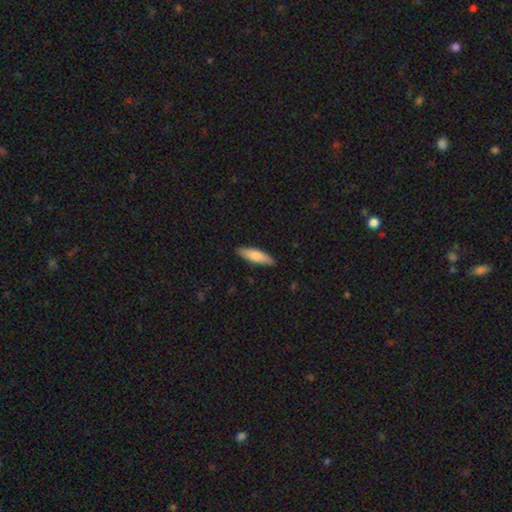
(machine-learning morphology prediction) Smooth or featured? smooth (80%)
How rounded? cigar-shaped (66%)
Merging? none (89%)